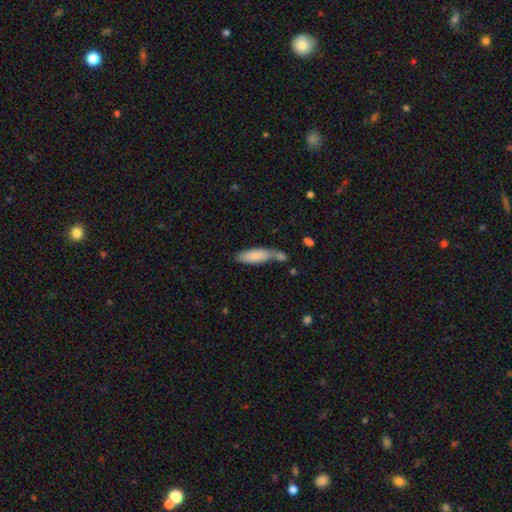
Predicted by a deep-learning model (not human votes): smooth_or_featured: smooth (p=0.81) [alt: featured or disk p=0.12]
how_rounded: in between (p=0.55) [alt: cigar-shaped p=0.43]
merging: none (p=0.40) [alt: merger p=0.34]